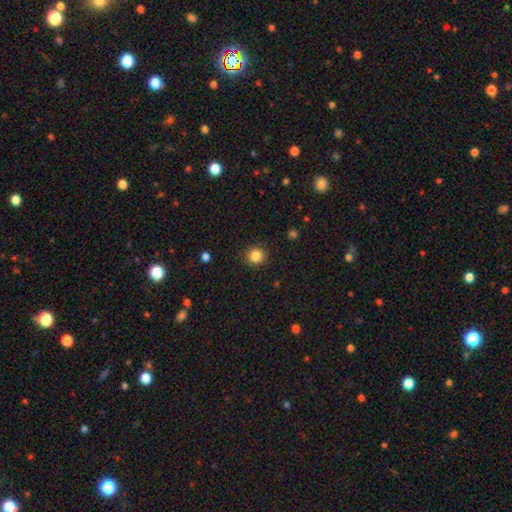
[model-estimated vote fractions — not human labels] smooth_or_featured: smooth (p=0.85) [alt: star or artifact p=0.11]
how_rounded: round (p=0.93) [alt: in between p=0.06]
merging: none (p=0.90) [alt: minor disturbance p=0.06]